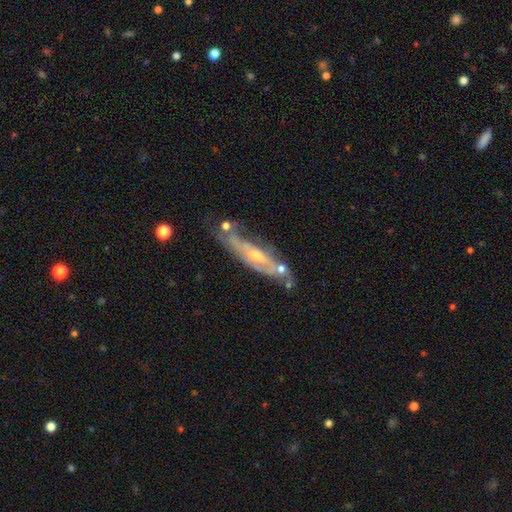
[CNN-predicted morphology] A featured or disk galaxy (78%) with no bar (52%), spiral arms (76%) and a moderate central bulge (58%). Merging: none (48%).